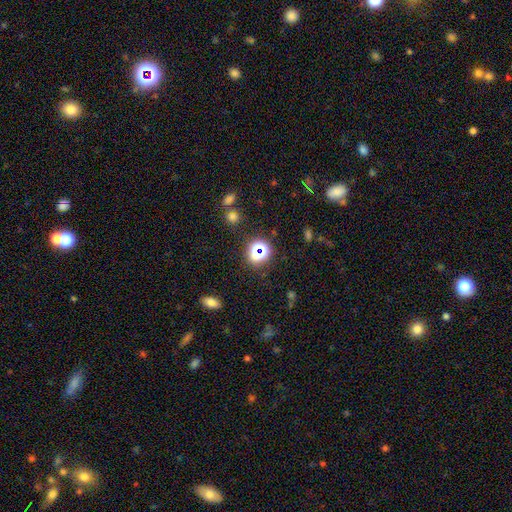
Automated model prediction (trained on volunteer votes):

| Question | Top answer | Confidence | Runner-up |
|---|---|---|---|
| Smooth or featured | star or artifact | 55% | smooth (35%) |